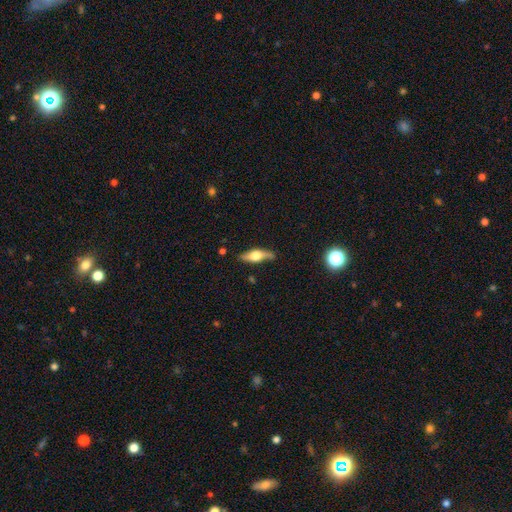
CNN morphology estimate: smooth-or-featured: featured or disk: 56% | smooth: 38% | star or artifact: 6%
  disk-edge-on: yes: 88% | no: 12%
  merging: none: 74% | minor disturbance: 19% | major disturbance: 4% | merger: 2%